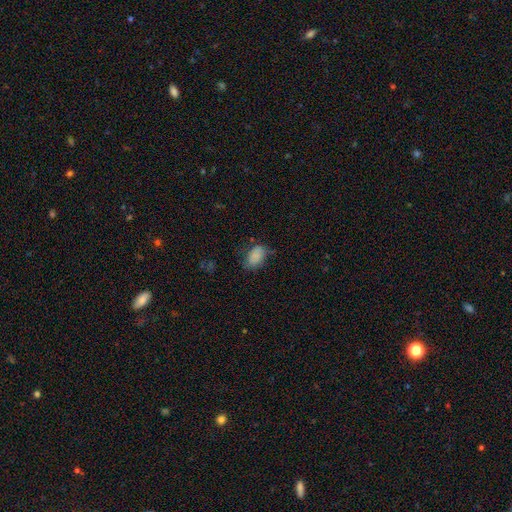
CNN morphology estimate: The model was most divided on "merging": none: 61%, minor disturbance: 27%, major disturbance: 9%, merger: 2%. More confident: how rounded — in between (89%); smooth or featured — smooth (83%).